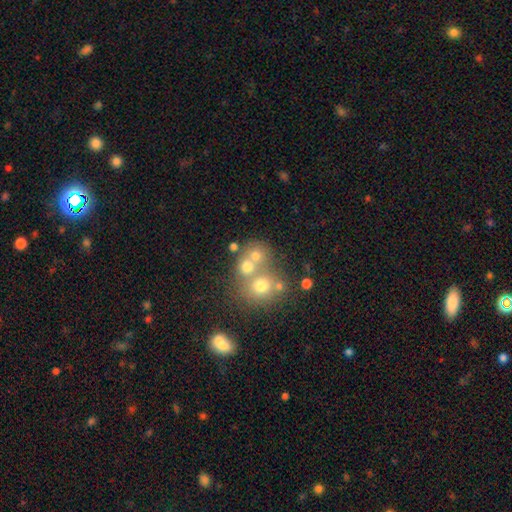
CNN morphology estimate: This is likely a smooth galaxy (64%). How rounded: likely round (79%). Merging: possibly merger (46%).